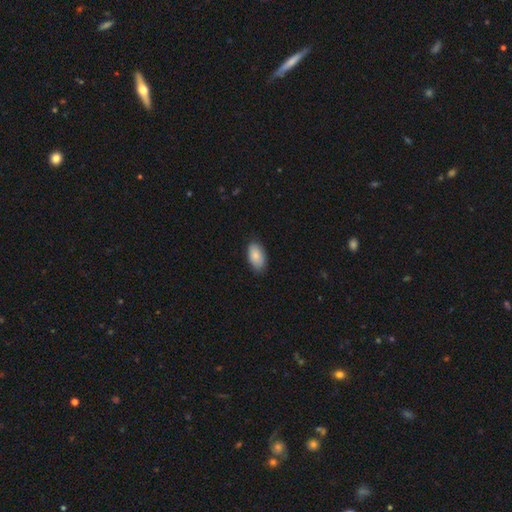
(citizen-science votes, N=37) Overall: smooth (95%). How rounded: in between (91%). Merging: none (86%).